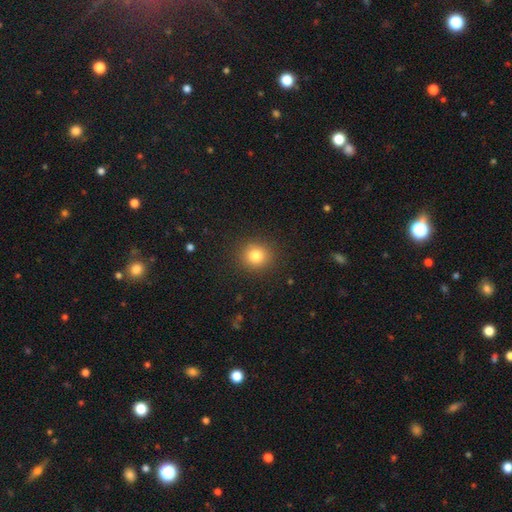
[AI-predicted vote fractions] smooth_or_featured: smooth (p=0.82) [alt: star or artifact p=0.12]
how_rounded: round (p=0.88) [alt: in between p=0.11]
merging: none (p=0.90) [alt: minor disturbance p=0.06]